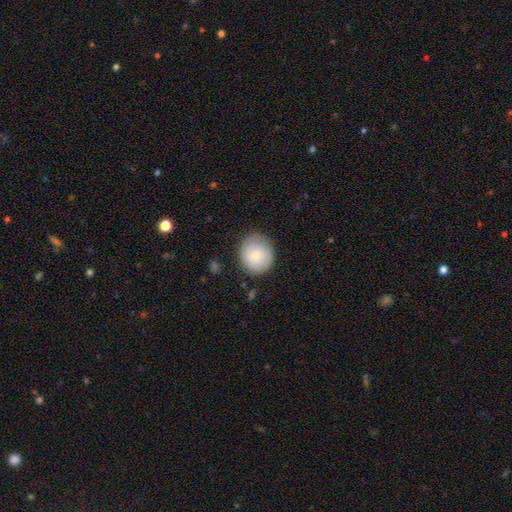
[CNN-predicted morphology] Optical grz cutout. It shows a smooth galaxy with no disk features (75%) that is round (78%). Merging: none (79%).